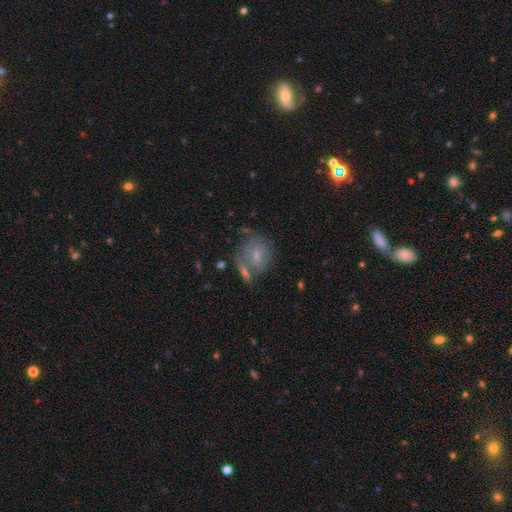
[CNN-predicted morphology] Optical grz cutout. It shows a smooth galaxy with no disk features (44%, tied with featured or disk). Merging: none (47%).